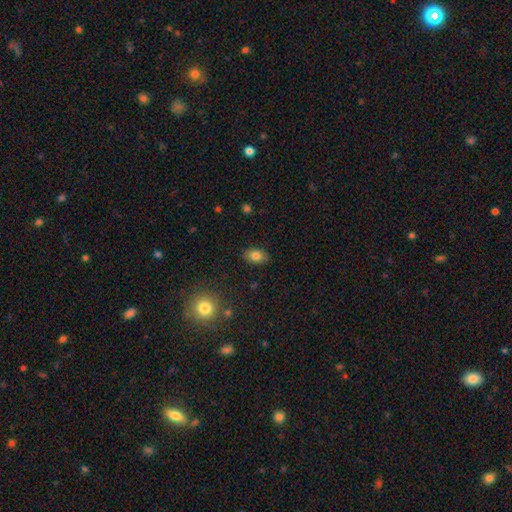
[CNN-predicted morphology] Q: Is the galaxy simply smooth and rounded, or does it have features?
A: smooth — 79%.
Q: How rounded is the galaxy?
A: in between — 84%.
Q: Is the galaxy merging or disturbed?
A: none — 87%.